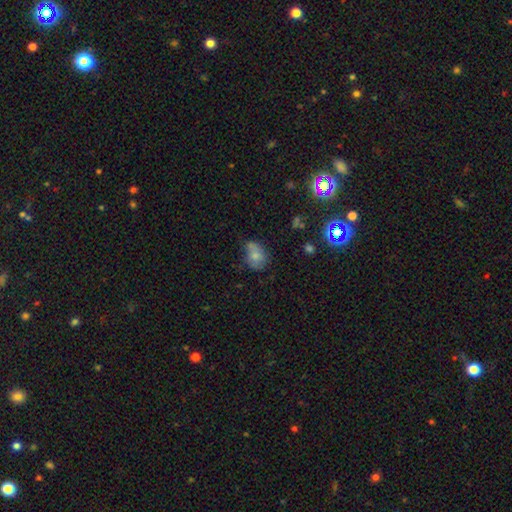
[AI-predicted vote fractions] smooth-or-featured: smooth: 70% | featured or disk: 19% | star or artifact: 11%
  how-rounded: in between: 66% | round: 32% | cigar-shaped: 1%
  merging: none: 43% | minor disturbance: 35% | major disturbance: 13% | merger: 9%